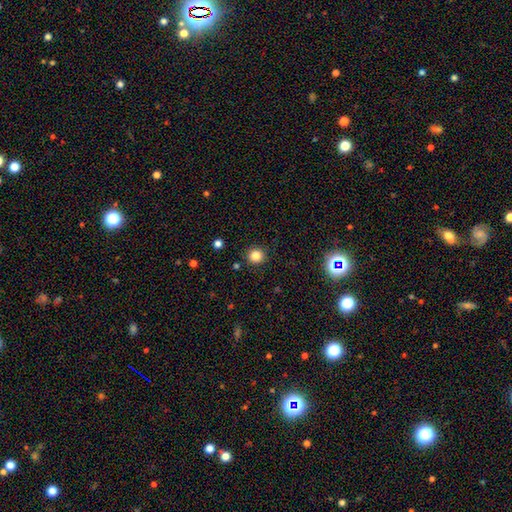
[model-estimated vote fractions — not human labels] Morphology: type=smooth (82%); roundness=round (92%); merging=none (91%).